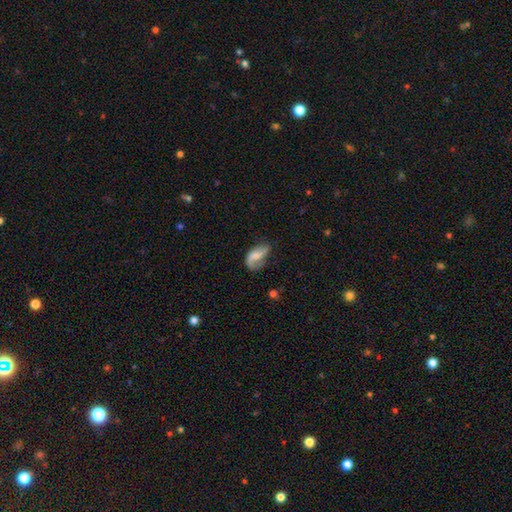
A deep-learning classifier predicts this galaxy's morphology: This appears to be a featured or disk galaxy (47%). Merging: none (39%).